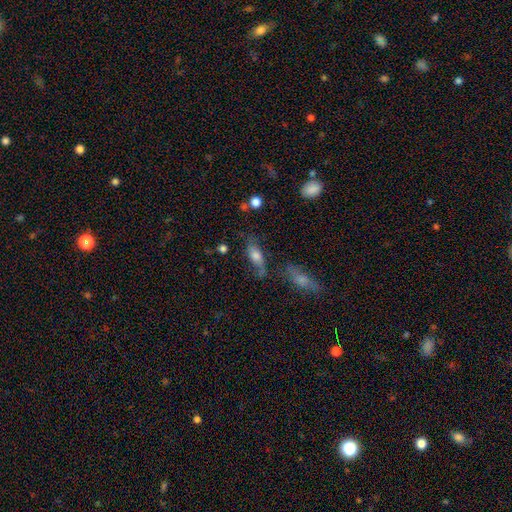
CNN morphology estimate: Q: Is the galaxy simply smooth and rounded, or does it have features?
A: smooth — 61%.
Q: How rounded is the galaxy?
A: in between — 71%.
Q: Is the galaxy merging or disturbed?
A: none — 51%.